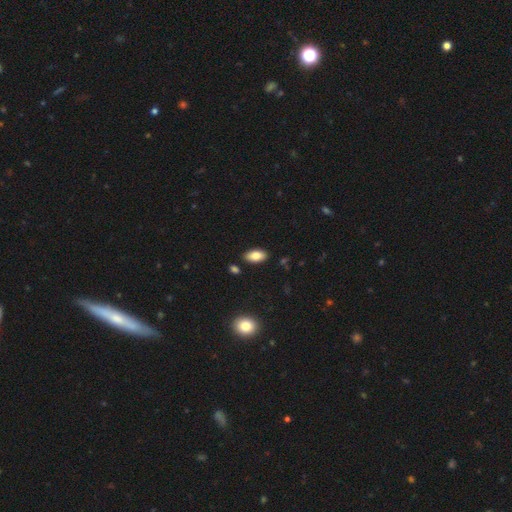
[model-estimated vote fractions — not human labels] Smooth or featured: smooth — 84% (featured or disk — 9%)
How rounded: in between — 92% (cigar-shaped — 5%)
Merging: none — 87% (minor disturbance — 9%)